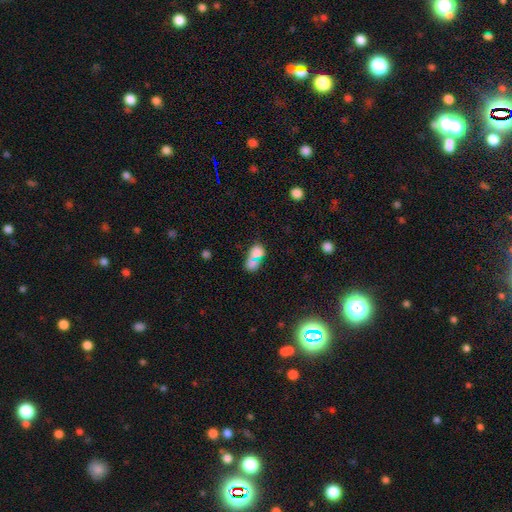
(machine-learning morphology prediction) Q: Smooth or featured?
A: smooth (74%); runner-up: star or artifact (14%)
Q: How rounded?
A: in between (65%); runner-up: round (32%)
Q: Merging?
A: merger (57%); runner-up: none (28%)